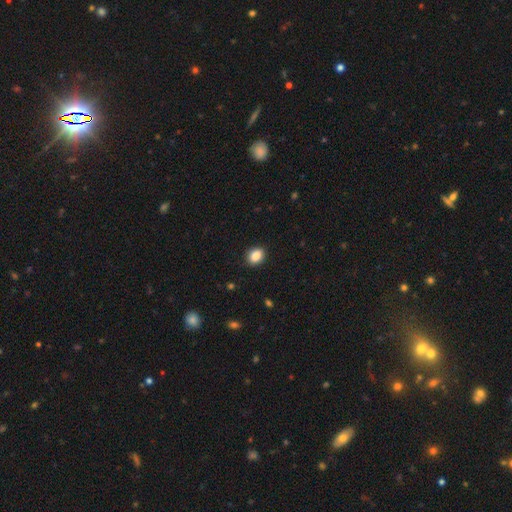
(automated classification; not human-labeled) smooth-or-featured: smooth: 88% | star or artifact: 9% | featured or disk: 4%
  how-rounded: in between: 61% | round: 38% | cigar-shaped: 1%
  merging: none: 90% | minor disturbance: 7% | major disturbance: 2% | merger: 1%